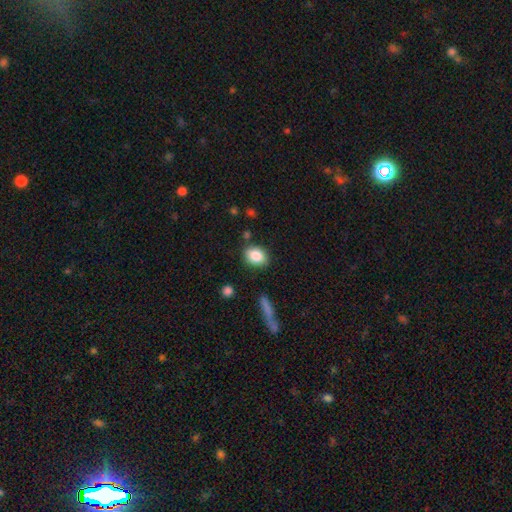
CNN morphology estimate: A smooth galaxy with no disk features (85%) that is in between round and cigar-shaped (72%). Merging: none (83%).